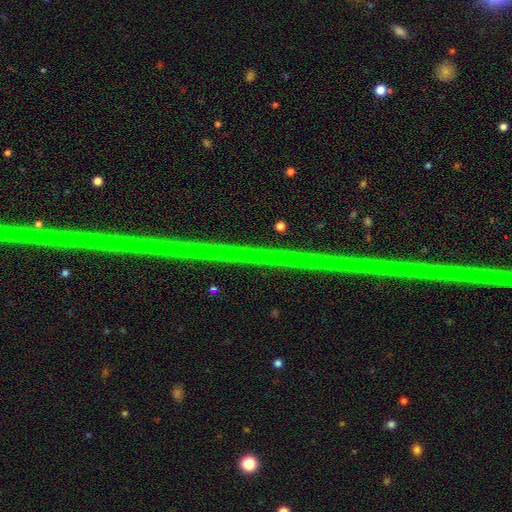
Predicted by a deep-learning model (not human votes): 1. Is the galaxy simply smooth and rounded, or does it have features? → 85% star or artifact, 11% featured or disk, 4% smooth.